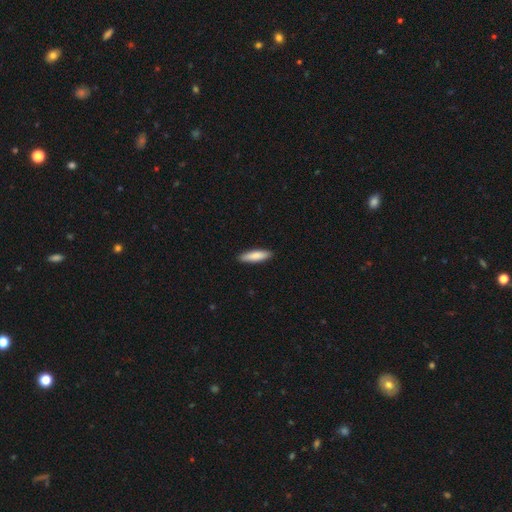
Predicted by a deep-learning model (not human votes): Smooth or featured? smooth (84%)
How rounded? cigar-shaped (69%)
Merging? none (90%)